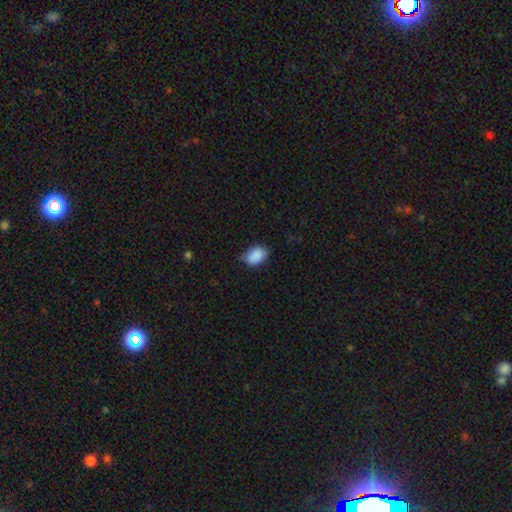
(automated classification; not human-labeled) Smooth or featured: smooth — 88% (star or artifact — 8%)
How rounded: in between — 79% (round — 20%)
Merging: none — 66% (minor disturbance — 28%)